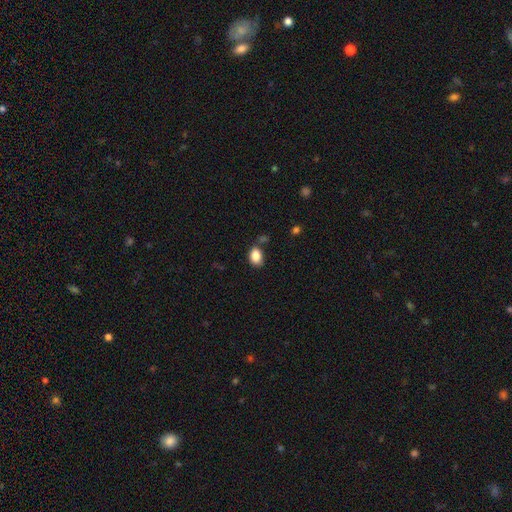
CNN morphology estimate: Smooth or featured? smooth (86%)
How rounded? in between (78%)
Merging? none (69%)